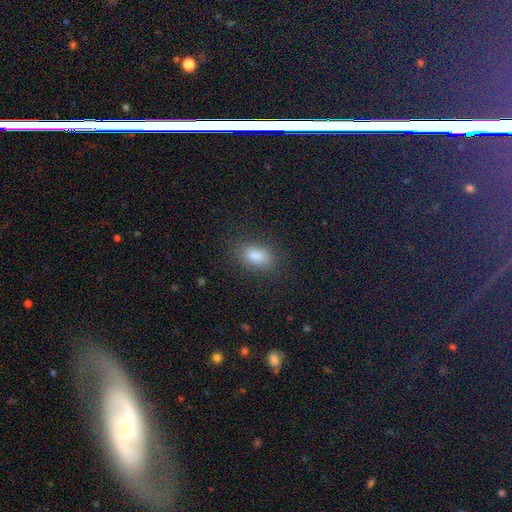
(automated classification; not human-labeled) Smooth or featured? Predicted: smooth (p=0.82). How rounded? Predicted: in between (p=0.86). Merging? Predicted: none (p=0.82).